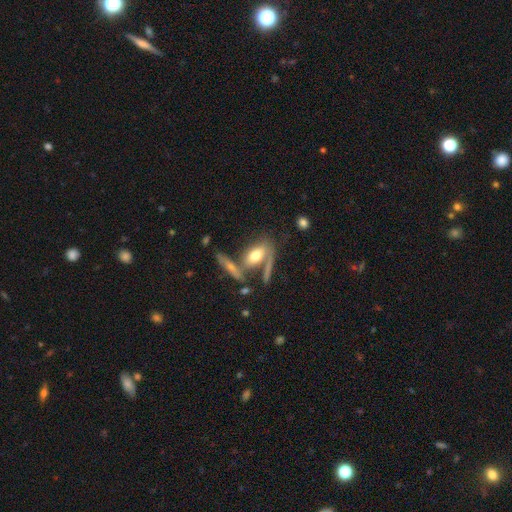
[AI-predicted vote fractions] The model was most divided on "merging": none: 42%, merger: 33%, minor disturbance: 14%, major disturbance: 10%. More confident: how rounded — in between (73%); smooth or featured — smooth (57%).